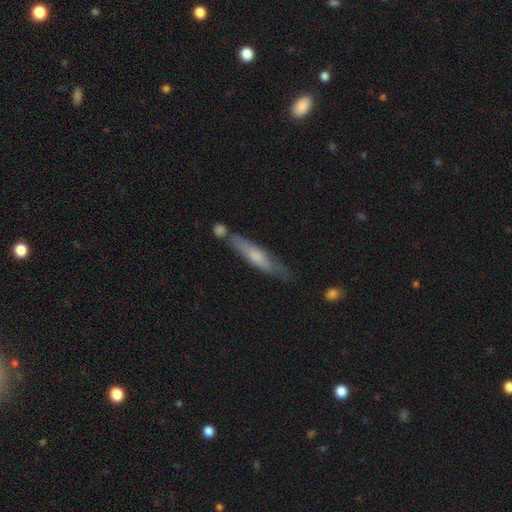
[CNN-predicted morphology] Overall: smooth (54%; featured or disk 41%). How rounded: cigar-shaped (86%). Merging: none (63%).